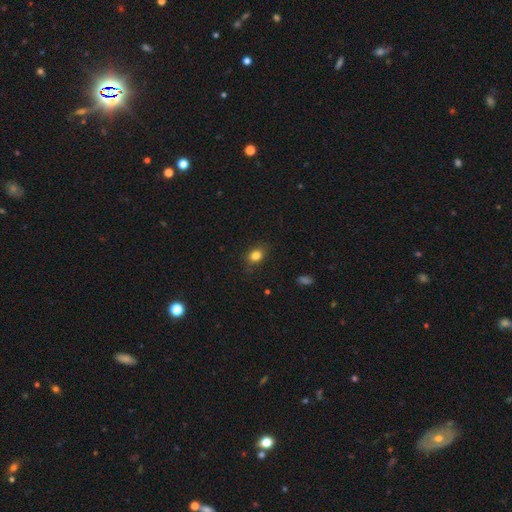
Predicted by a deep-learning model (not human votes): smooth 82%, star or artifact 11%, featured or disk 7%. Down the decision tree: how rounded — in between (58%); merging — none (81%).